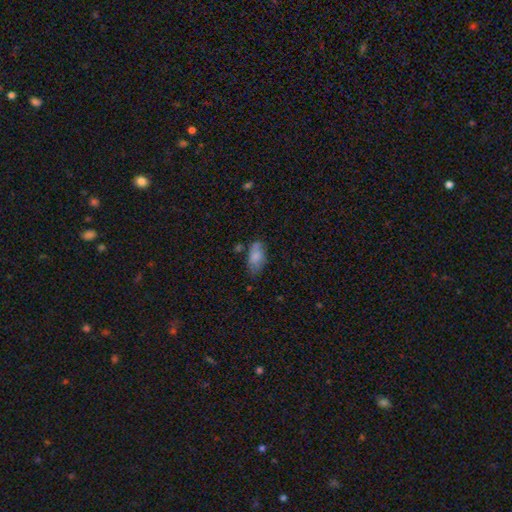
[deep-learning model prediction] Smooth or featured?
  - smooth: 75% *
  - featured or disk: 17%
  - star or artifact: 8%
How rounded?
  - in between: 91% *
  - cigar-shaped: 5%
  - round: 4%
Merging?
  - none: 55% *
  - minor disturbance: 30%
  - major disturbance: 10%
  - merger: 5%